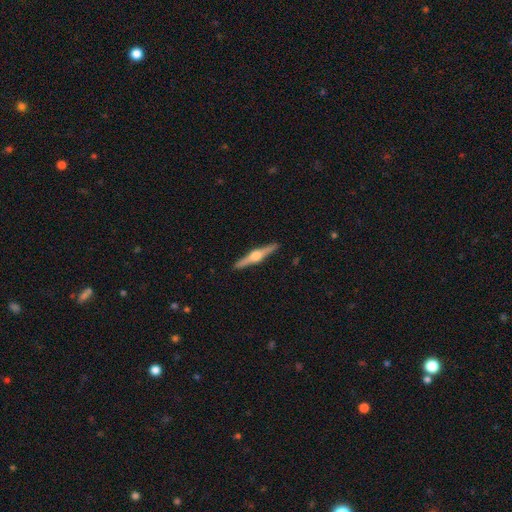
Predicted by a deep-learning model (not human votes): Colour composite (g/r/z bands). It shows a featured or disk galaxy (81%) viewed edge-on (98%) with a rounded central bulge (94%). Merging: none (92%).